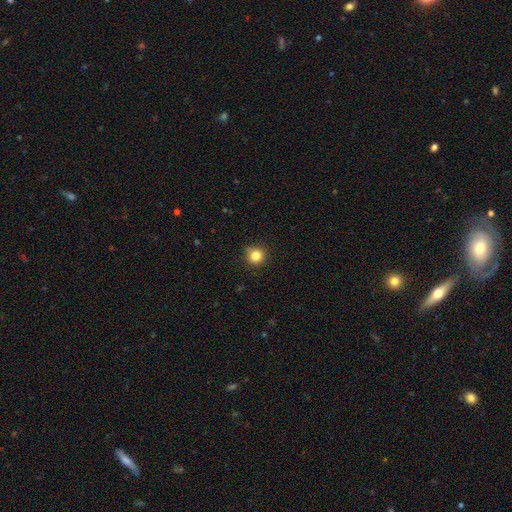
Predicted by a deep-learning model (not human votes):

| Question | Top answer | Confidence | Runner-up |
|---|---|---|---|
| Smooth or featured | smooth | 83% | star or artifact (12%) |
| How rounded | round | 92% | in between (7%) |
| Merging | none | 85% | minor disturbance (11%) |